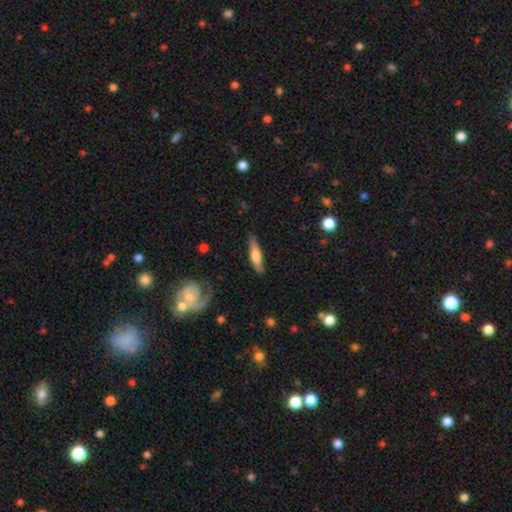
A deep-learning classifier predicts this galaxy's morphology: featured or disk 49%, smooth 46%, star or artifact 5%. Down the decision tree: merging — none (79%).